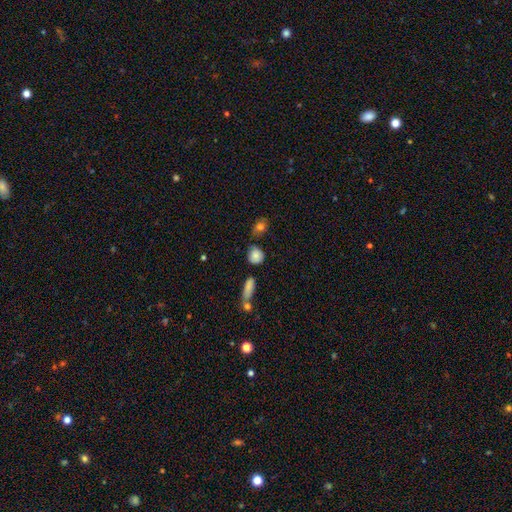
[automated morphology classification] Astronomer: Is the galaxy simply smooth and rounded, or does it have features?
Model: smooth — 80%.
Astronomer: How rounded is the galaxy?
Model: round — 72%.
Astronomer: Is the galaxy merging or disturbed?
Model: none — 65%.